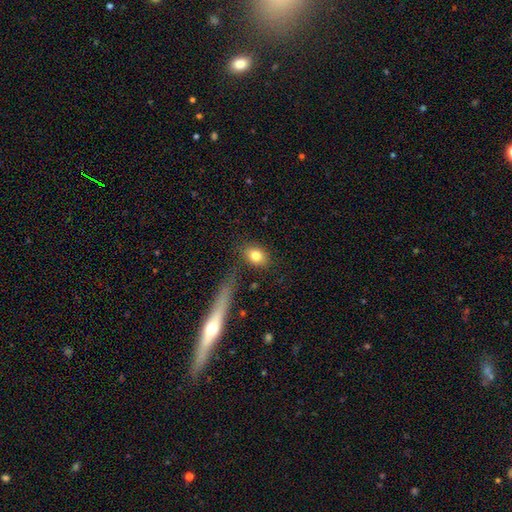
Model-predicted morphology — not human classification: Smooth or featured? Predicted: smooth (p=0.81). How rounded? Predicted: in between (p=0.60). Merging? Predicted: none (p=0.79).